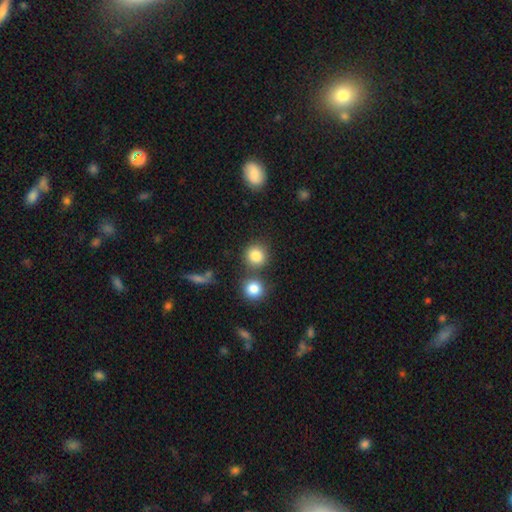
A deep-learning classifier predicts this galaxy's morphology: Smooth or featured? smooth (84%)
How rounded? round (89%)
Merging? none (70%)